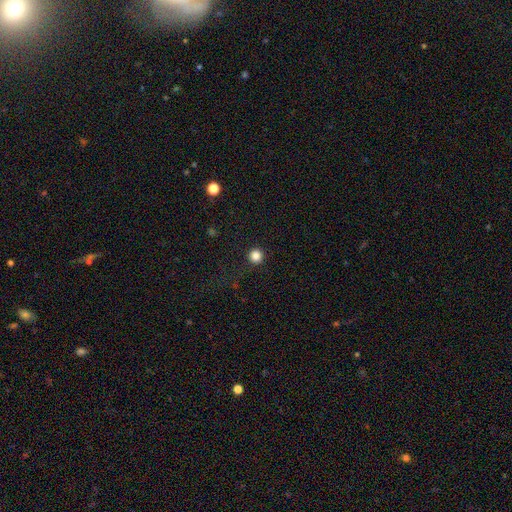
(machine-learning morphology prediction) Smooth or featured? Predicted: smooth (p=0.85). How rounded? Predicted: round (p=0.96). Merging? Predicted: none (p=0.92).